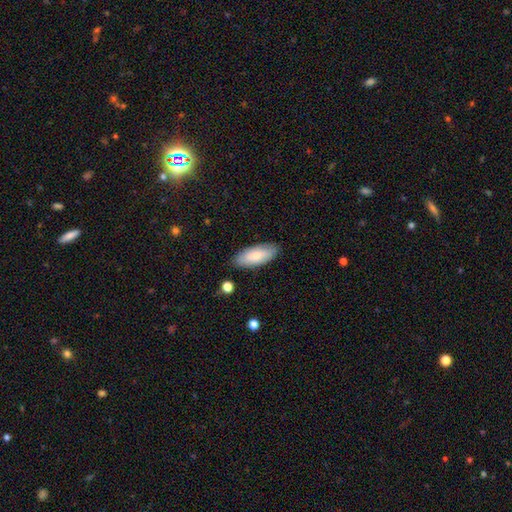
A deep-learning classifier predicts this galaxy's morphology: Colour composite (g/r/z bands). It shows a smooth galaxy with no disk features (75%) that is in between round and cigar-shaped (83%). Merging: none (85%).